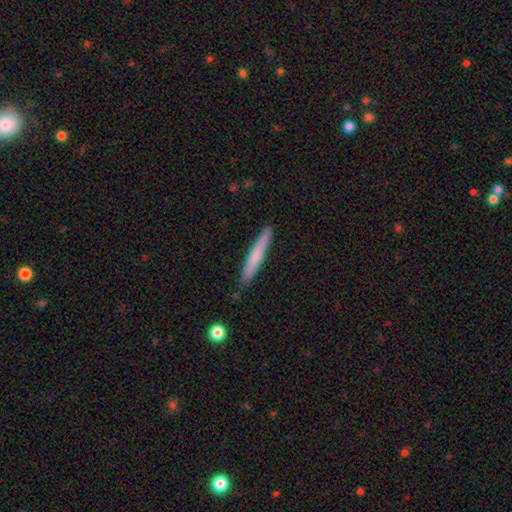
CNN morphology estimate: smooth-or-featured: smooth: 67% | featured or disk: 28% | star or artifact: 5%
  how-rounded: cigar-shaped: 96% | in between: 3% | round: 1%
  merging: none: 88% | minor disturbance: 9% | merger: 2% | major disturbance: 1%